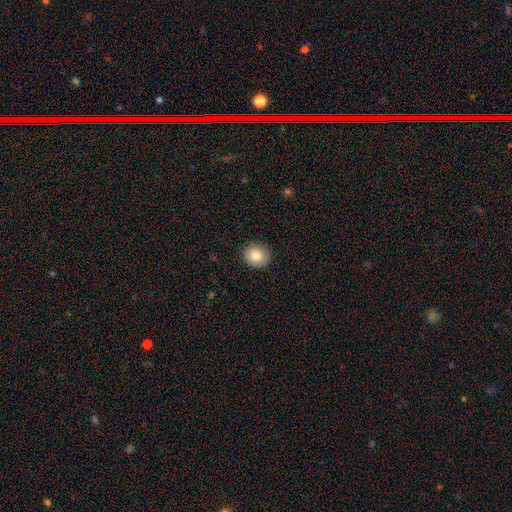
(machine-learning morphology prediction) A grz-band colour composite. It shows a smooth galaxy with no disk features (83%) that is round (75%). Merging: none (88%).